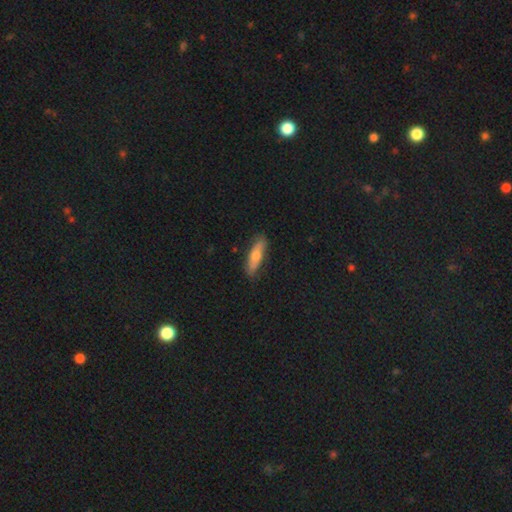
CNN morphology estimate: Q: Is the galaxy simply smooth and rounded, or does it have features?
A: smooth — 61%.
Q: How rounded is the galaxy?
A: cigar-shaped — 62%.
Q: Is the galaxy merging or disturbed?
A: none — 83%.